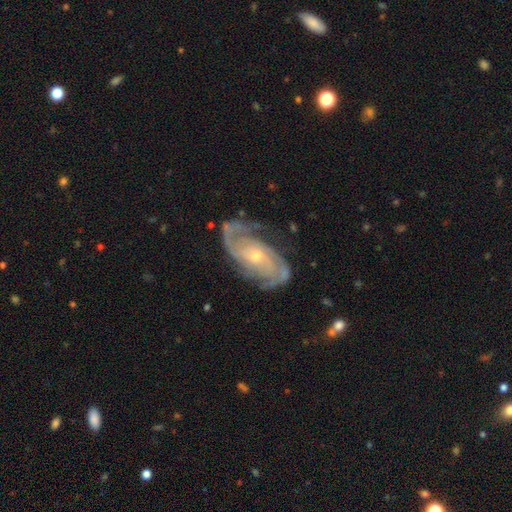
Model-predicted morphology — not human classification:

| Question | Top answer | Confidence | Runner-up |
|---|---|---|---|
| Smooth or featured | featured or disk | 90% | smooth (5%) |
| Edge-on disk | no | 96% | yes (4%) |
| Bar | no | 63% | weak (29%) |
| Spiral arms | yes | 98% | no (2%) |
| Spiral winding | tight | 47% | medium (41%) |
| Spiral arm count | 2 | 67% | can't tell (11%) |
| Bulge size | small | 67% | moderate (29%) |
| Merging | none | 72% | minor disturbance (18%) |